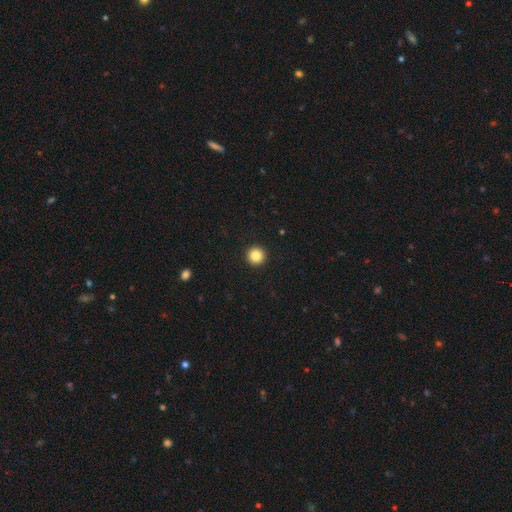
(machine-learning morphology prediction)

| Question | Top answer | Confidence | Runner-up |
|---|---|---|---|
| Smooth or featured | smooth | 85% | star or artifact (10%) |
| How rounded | round | 96% | in between (3%) |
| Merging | none | 94% | minor disturbance (3%) |